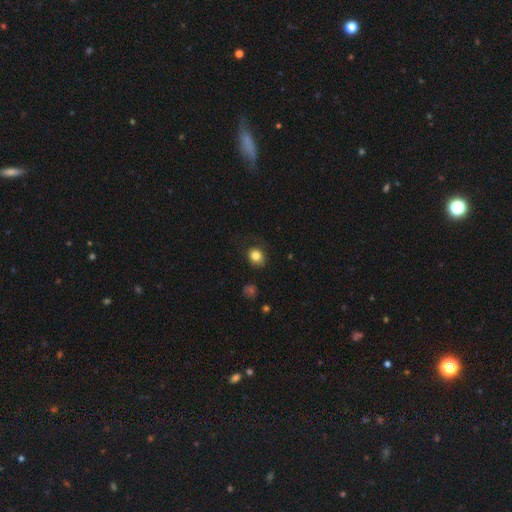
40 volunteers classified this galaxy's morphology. A smooth galaxy with no disk features (88%) that is round (74%).

Vote fractions:
- Smooth or featured? smooth: 88% / star or artifact: 10% / featured or disk: 2%
- How rounded? round: 74% / in between: 26% / cigar-shaped: 0%
- Merging? none: 72% / minor disturbance: 19% / major disturbance: 8% / merger: 0%